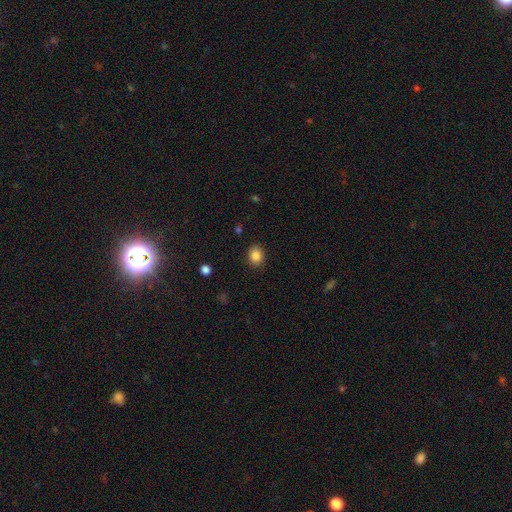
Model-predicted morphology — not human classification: A smooth galaxy with no disk features (86%) that is round (58%). Merging: none (88%).